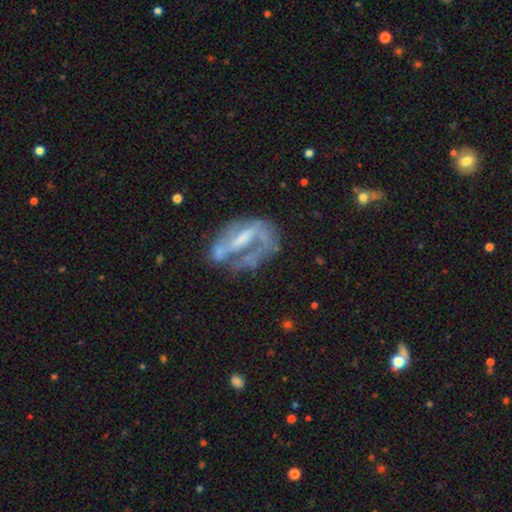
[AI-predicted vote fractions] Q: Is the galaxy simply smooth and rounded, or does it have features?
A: featured or disk — 69%.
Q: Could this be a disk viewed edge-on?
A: no — 92%.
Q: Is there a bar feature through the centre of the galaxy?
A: strong — 36%.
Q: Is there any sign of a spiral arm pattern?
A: yes — 58%.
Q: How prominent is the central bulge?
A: none — 33%.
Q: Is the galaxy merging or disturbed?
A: none — 38%.